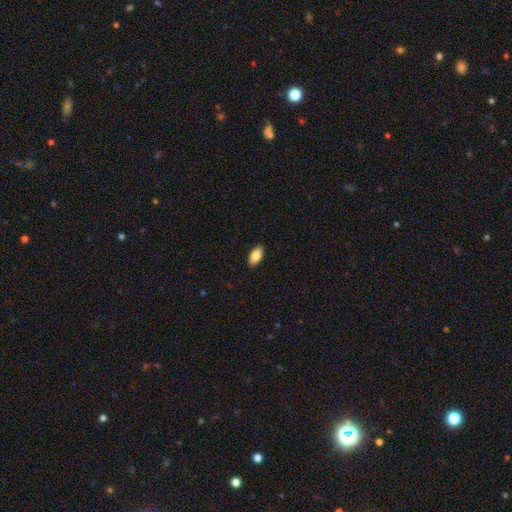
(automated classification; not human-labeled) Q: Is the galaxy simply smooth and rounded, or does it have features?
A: smooth — 84%.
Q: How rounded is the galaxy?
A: in between — 93%.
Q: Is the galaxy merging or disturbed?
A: none — 90%.